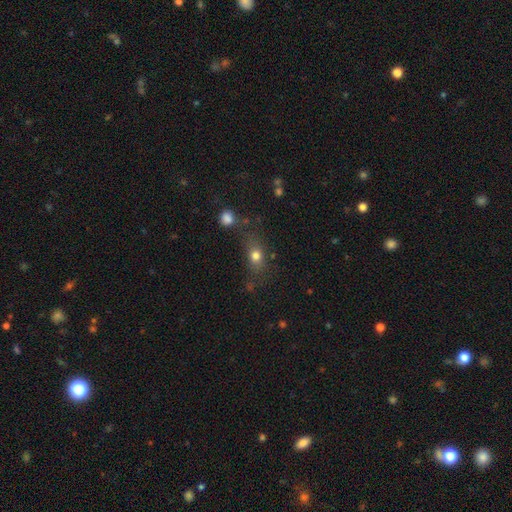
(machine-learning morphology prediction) The model was most divided on "how rounded": in between: 53%, round: 40%, cigar-shaped: 7%. More confident: smooth or featured — smooth (74%); merging — none (65%).